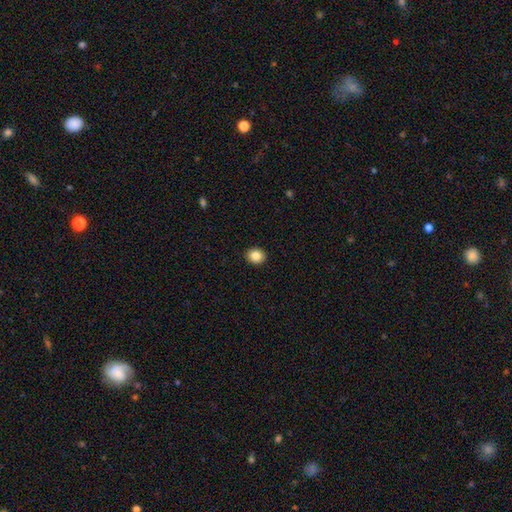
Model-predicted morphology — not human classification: Q: Smooth or featured?
A: smooth (85%); runner-up: star or artifact (9%)
Q: How rounded?
A: round (68%); runner-up: in between (31%)
Q: Merging?
A: none (92%); runner-up: minor disturbance (6%)